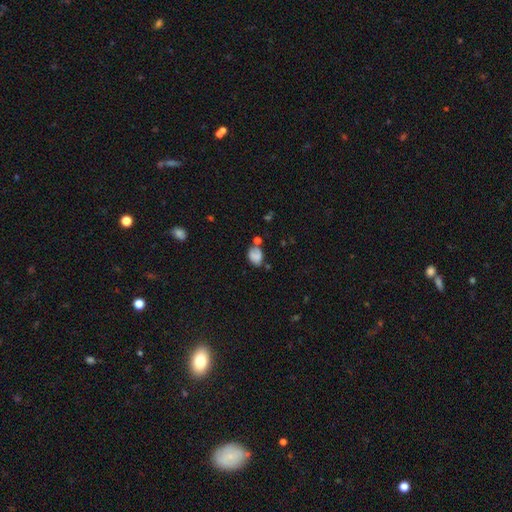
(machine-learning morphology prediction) This is likely a smooth galaxy (69%). How rounded: likely in between (68%). Merging: possibly none (46%).